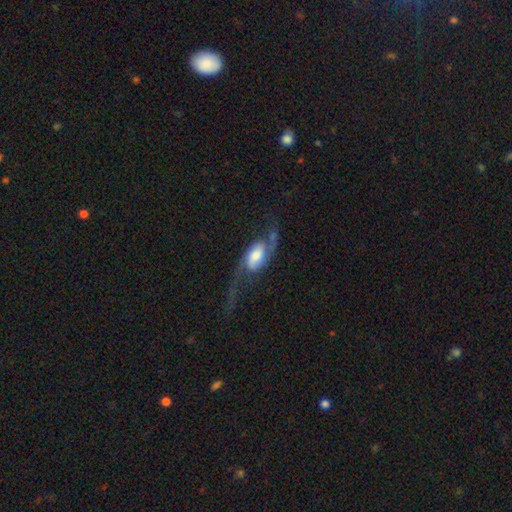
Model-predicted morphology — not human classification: smooth-or-featured: featured or disk: 76% | smooth: 18% | star or artifact: 6%
  disk-edge-on: no: 92% | yes: 8%
    bar: no: 43% | weak: 38% | strong: 18%
    has-spiral-arms: yes: 93% | no: 7%
      spiral-winding: loose: 79% | medium: 16% | tight: 5%
      spiral-arm-count: 2: 90% | 1: 5% | can't tell: 2% | 3: 1% | 4: 1% | more than 4: 1%
    bulge-size: large: 38% | moderate: 31% | small: 13% | dominant: 12% | none: 7%
  merging: none: 48% | major disturbance: 32% | minor disturbance: 16% | merger: 4%